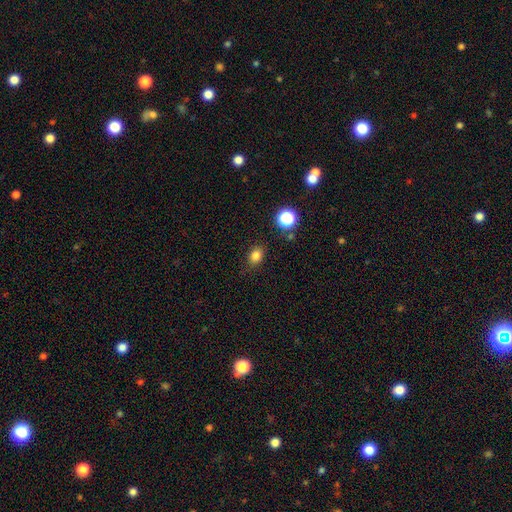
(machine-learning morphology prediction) Smooth or featured: smooth — 82% (star or artifact — 13%)
How rounded: in between — 51% (round — 47%)
Merging: none — 81% (minor disturbance — 13%)